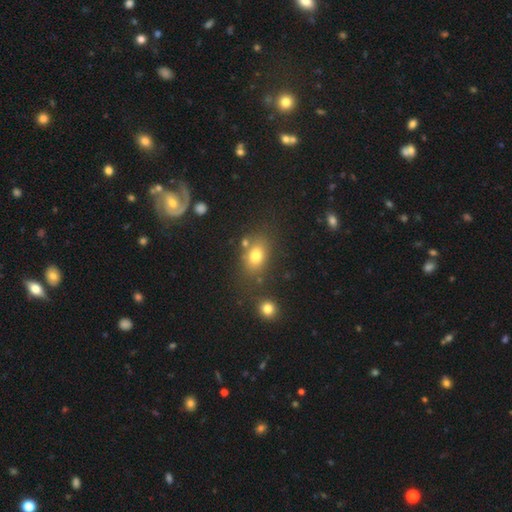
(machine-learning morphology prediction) A smooth galaxy with no disk features (77%) that is in between round and cigar-shaped (72%).

Vote fractions:
- Smooth or featured? smooth: 77% / star or artifact: 12% / featured or disk: 11%
- How rounded? in between: 72% / round: 26% / cigar-shaped: 2%
- Merging? none: 69% / minor disturbance: 14% / merger: 11% / major disturbance: 6%